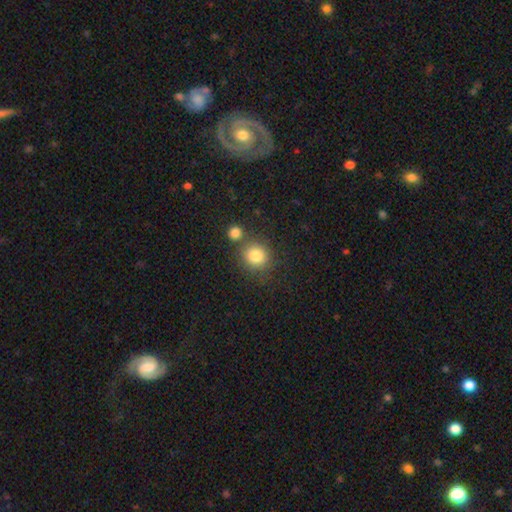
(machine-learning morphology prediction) Smooth or featured? smooth (83%)
How rounded? round (88%)
Merging? none (70%)